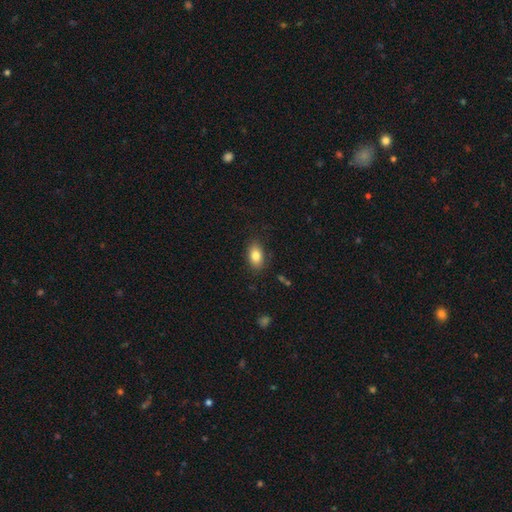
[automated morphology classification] Overall: smooth (83%). How rounded: in between (89%). Merging: none (84%).